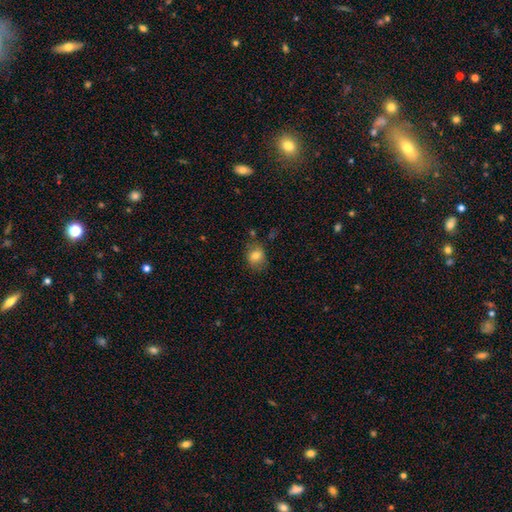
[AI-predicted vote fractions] Q: Smooth or featured?
A: smooth (79%); runner-up: featured or disk (11%)
Q: How rounded?
A: round (57%); runner-up: in between (42%)
Q: Merging?
A: none (74%); runner-up: minor disturbance (18%)